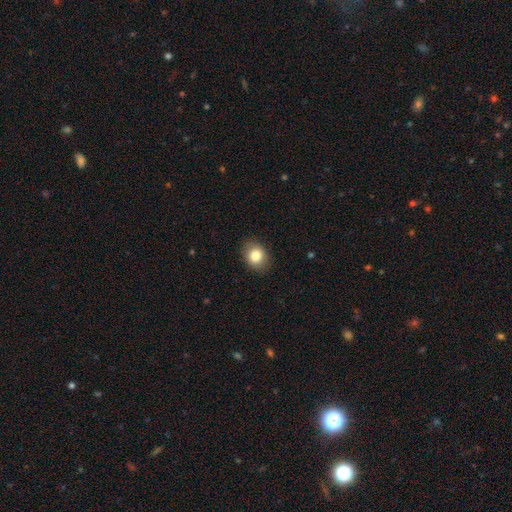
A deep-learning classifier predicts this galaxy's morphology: Overall: smooth (83%). How rounded: round (54%; in between 46%). Merging: none (88%).